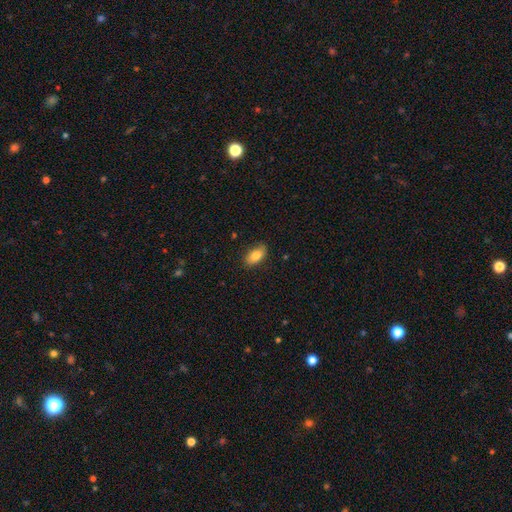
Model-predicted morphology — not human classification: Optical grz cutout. It shows a smooth galaxy with no disk features (82%) that is in between round and cigar-shaped (91%). Merging: none (83%).